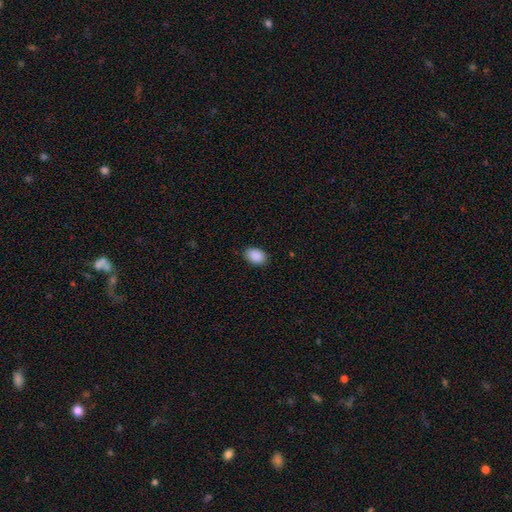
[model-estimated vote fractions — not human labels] A smooth galaxy with no disk features (91%) that is in between round and cigar-shaped (86%). Merging: none (88%).